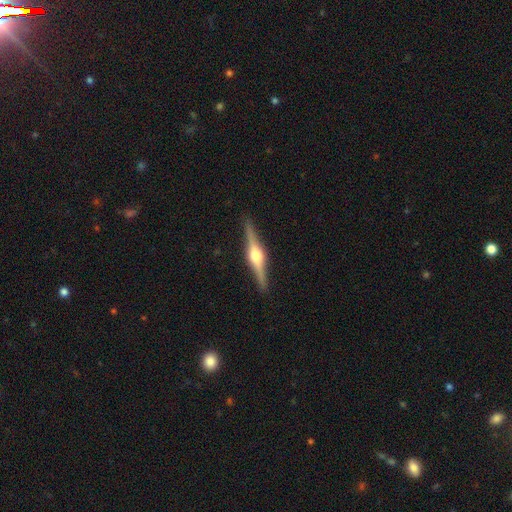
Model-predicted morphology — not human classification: Smooth or featured? featured or disk (82%)
Edge-on disk? yes (98%)
Edge-on bulge? rounded (93%)
Merging? none (91%)